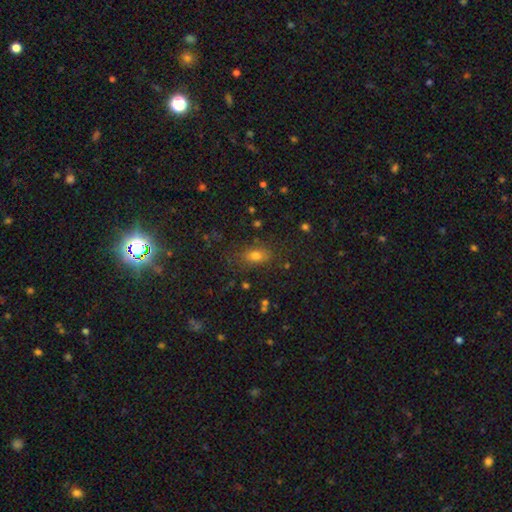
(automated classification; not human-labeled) Q: Smooth or featured?
A: smooth (72%); runner-up: star or artifact (18%)
Q: How rounded?
A: in between (76%); runner-up: round (19%)
Q: Merging?
A: none (78%); runner-up: minor disturbance (14%)